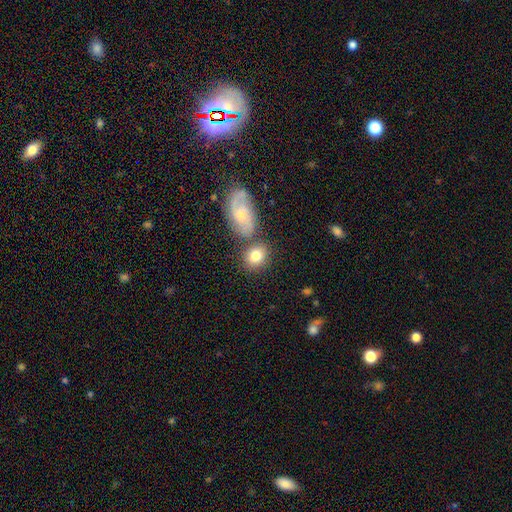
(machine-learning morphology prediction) type=smooth (75%); roundness=round (58%); merging=none (62%).